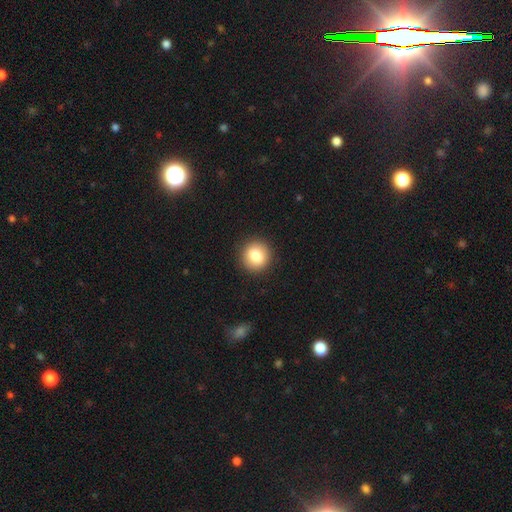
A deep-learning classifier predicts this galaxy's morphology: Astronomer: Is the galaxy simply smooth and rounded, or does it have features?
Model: smooth — 82%.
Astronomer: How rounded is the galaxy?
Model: round — 87%.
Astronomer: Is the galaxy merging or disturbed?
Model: none — 91%.